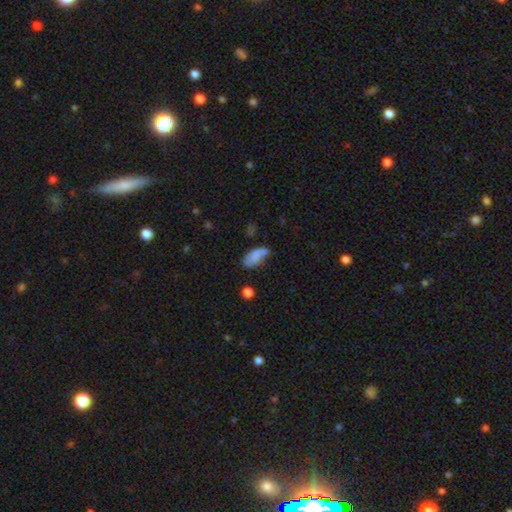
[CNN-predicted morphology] Q: Smooth or featured?
A: smooth (74%); runner-up: featured or disk (17%)
Q: How rounded?
A: in between (88%); runner-up: cigar-shaped (8%)
Q: Merging?
A: none (40%); runner-up: minor disturbance (29%)